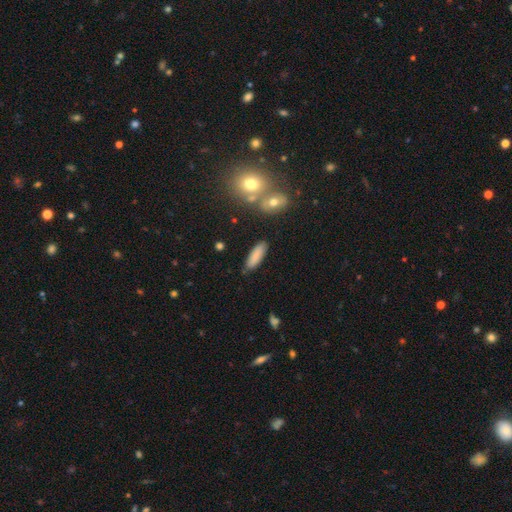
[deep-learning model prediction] smooth_or_featured: smooth (p=0.85) [alt: featured or disk p=0.08]
how_rounded: in between (p=0.49) [tied with: cigar-shaped p=0.49]
merging: none (p=0.85) [alt: minor disturbance p=0.10]